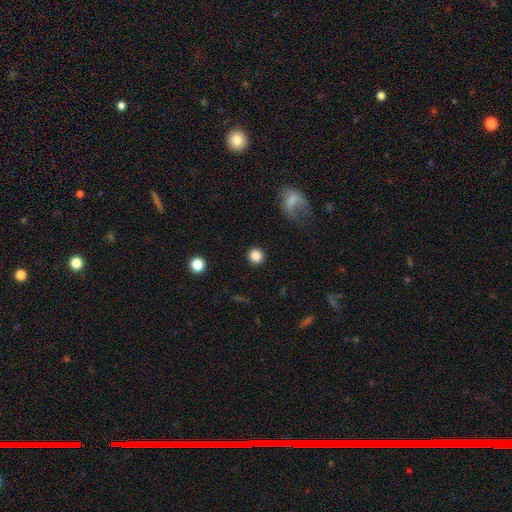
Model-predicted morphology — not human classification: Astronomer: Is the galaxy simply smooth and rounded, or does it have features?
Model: smooth — 85%.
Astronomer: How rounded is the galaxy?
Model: round — 93%.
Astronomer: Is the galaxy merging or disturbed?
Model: none — 91%.